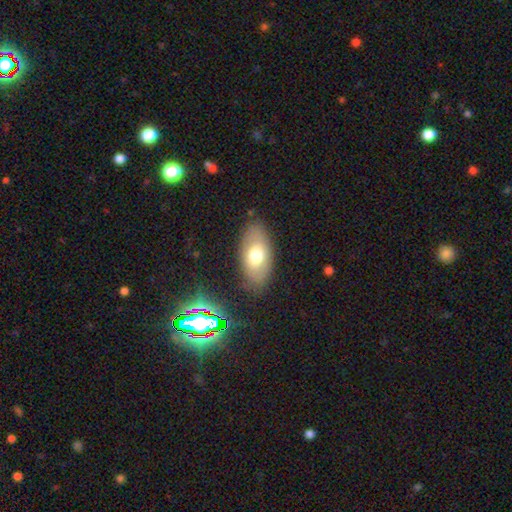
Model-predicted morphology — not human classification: This appears to be a smooth galaxy with no disk features (66%) that is in between round and cigar-shaped (92%). Merging: none (82%).